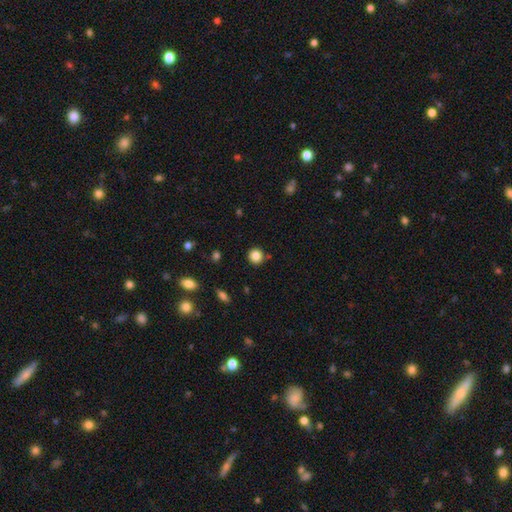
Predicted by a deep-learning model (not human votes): Smooth or featured?
  - smooth: 84% *
  - star or artifact: 11%
  - featured or disk: 5%
How rounded?
  - round: 92% *
  - in between: 7%
  - cigar-shaped: 1%
Merging?
  - none: 87% *
  - minor disturbance: 7%
  - merger: 4%
  - major disturbance: 2%